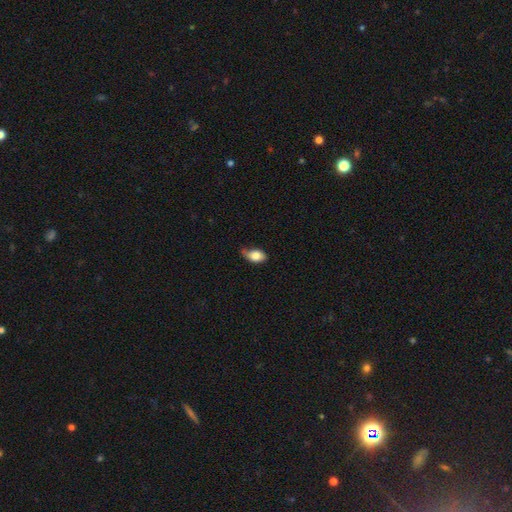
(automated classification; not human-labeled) smooth_or_featured: smooth (p=0.79) [alt: featured or disk p=0.13]
how_rounded: in between (p=0.88) [alt: round p=0.10]
merging: none (p=0.45) [alt: minor disturbance p=0.42]